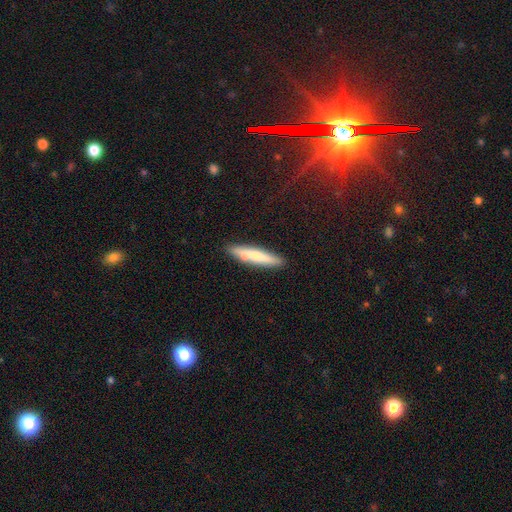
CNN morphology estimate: Smooth or featured? Predicted: smooth (p=0.68). How rounded? Predicted: cigar-shaped (p=0.89). Merging? Predicted: none (p=0.79).